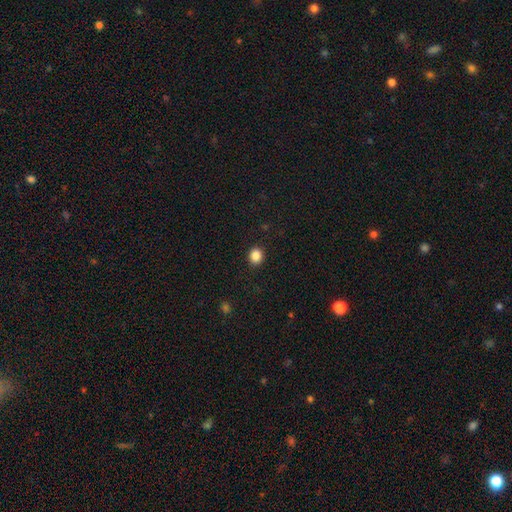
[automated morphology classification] type=smooth (86%); roundness=round (76%); merging=none (91%).